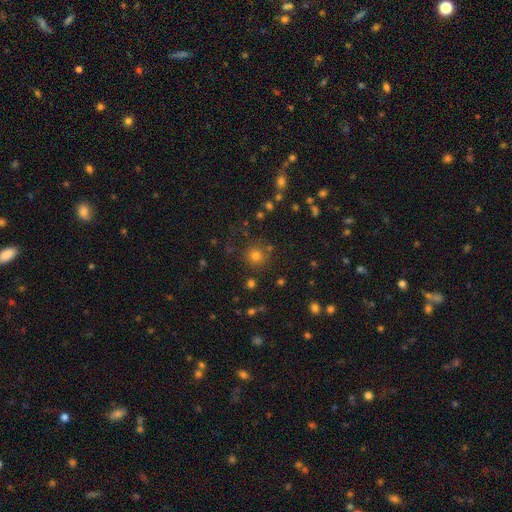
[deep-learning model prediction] Smooth or featured? smooth (75%)
How rounded? round (94%)
Merging? none (82%)